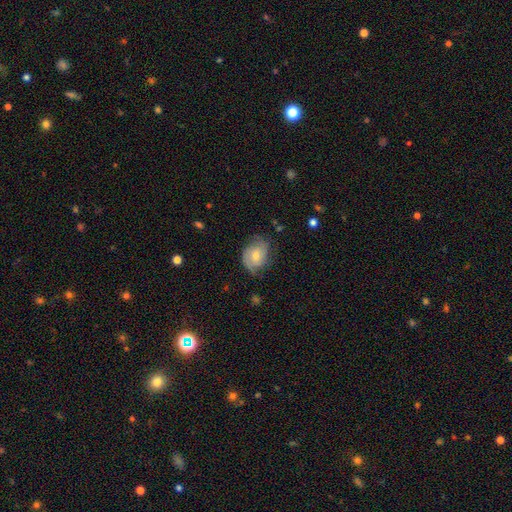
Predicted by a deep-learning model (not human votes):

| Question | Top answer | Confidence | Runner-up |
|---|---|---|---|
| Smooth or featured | featured or disk | 62% | smooth (29%) |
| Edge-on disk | no | 96% | yes (4%) |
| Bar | no | 63% | weak (31%) |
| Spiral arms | yes | 87% | no (13%) |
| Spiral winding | tight | 44% | medium (38%) |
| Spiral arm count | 2 | 60% | can't tell (23%) |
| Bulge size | moderate | 58% | small (36%) |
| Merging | none | 66% | minor disturbance (24%) |